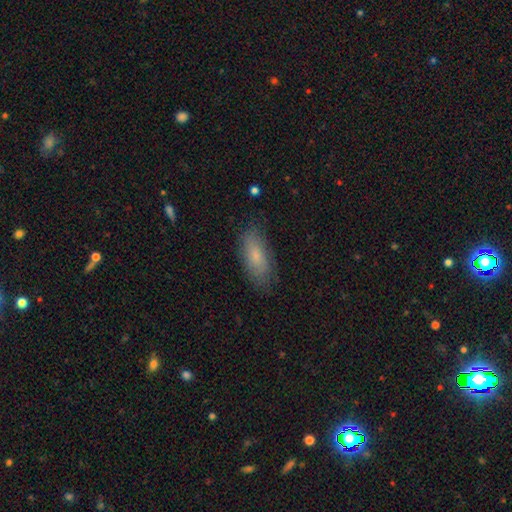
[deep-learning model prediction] Smooth or featured? smooth (75%)
How rounded? in between (81%)
Merging? none (77%)